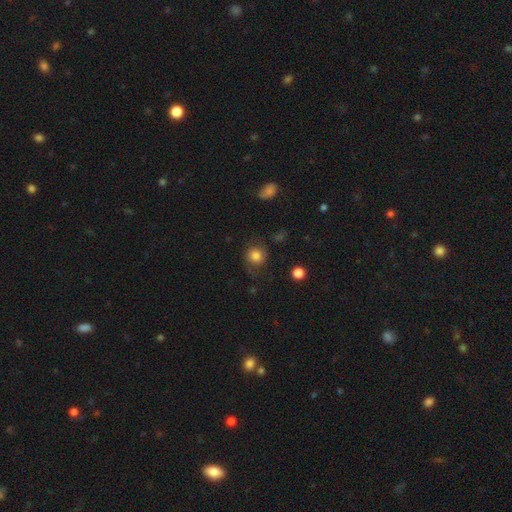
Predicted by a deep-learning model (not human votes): smooth_or_featured: smooth (p=0.79) [alt: star or artifact p=0.11]
how_rounded: round (p=0.85) [alt: in between p=0.14]
merging: none (p=0.70) [alt: minor disturbance p=0.18]